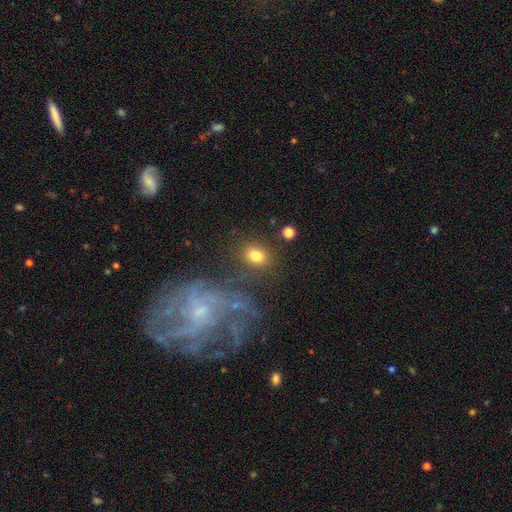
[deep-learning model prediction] smooth_or_featured: smooth (p=0.79) [alt: featured or disk p=0.11]
how_rounded: in between (p=0.61) [alt: round p=0.38]
merging: none (p=0.78) [alt: minor disturbance p=0.12]